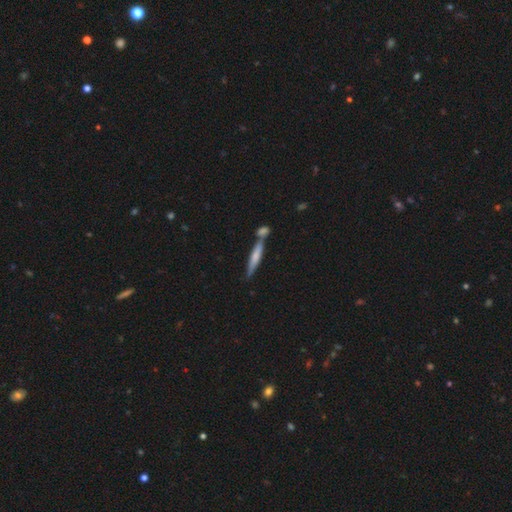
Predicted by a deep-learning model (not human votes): Smooth or featured? smooth (55%)
How rounded? cigar-shaped (90%)
Merging? none (53%)